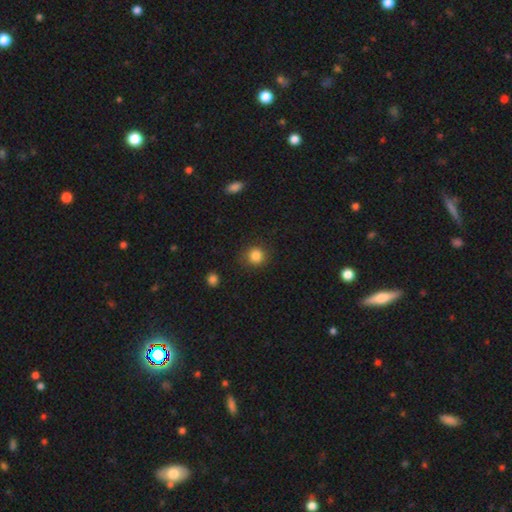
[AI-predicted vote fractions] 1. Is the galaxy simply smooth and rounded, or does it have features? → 85% smooth, 11% star or artifact, 4% featured or disk.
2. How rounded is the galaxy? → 89% round, 10% in between, 1% cigar-shaped.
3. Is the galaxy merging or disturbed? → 85% none, 10% minor disturbance, 3% major disturbance, 1% merger.